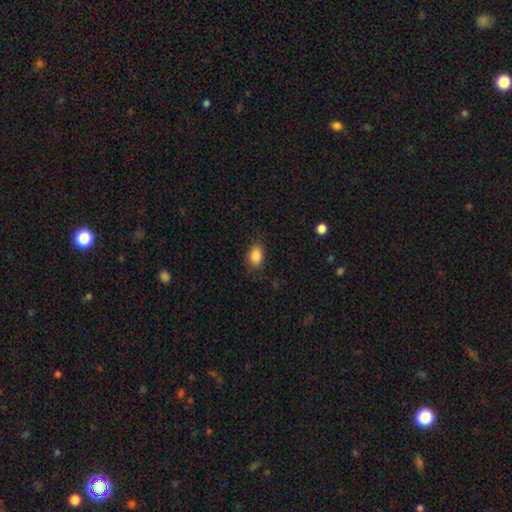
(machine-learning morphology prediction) A smooth galaxy with no disk features (86%) that is in between round and cigar-shaped (77%). Merging: none (82%).